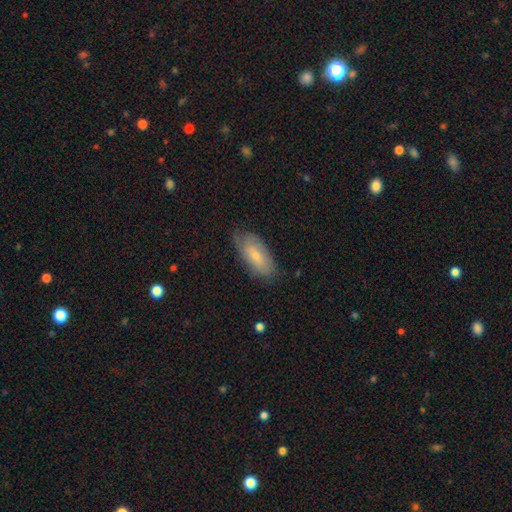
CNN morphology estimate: smooth-or-featured: smooth: 64% | featured or disk: 30% | star or artifact: 6%
  how-rounded: in between: 84% | cigar-shaped: 13% | round: 2%
  merging: none: 73% | minor disturbance: 21% | major disturbance: 4% | merger: 1%